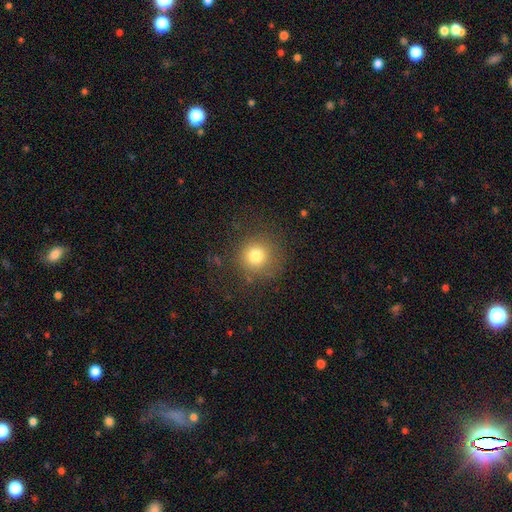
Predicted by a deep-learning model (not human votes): A smooth galaxy with no disk features (78%) that is round (94%). Merging: none (84%).